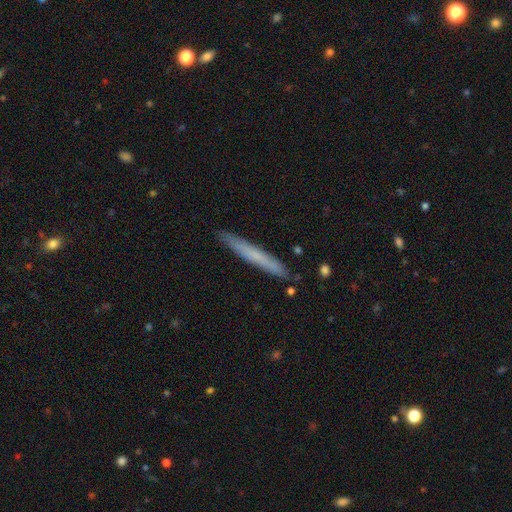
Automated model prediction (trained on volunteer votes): smooth 60%, featured or disk 33%, star or artifact 7%. Down the decision tree: how rounded — cigar-shaped (97%); merging — none (90%).